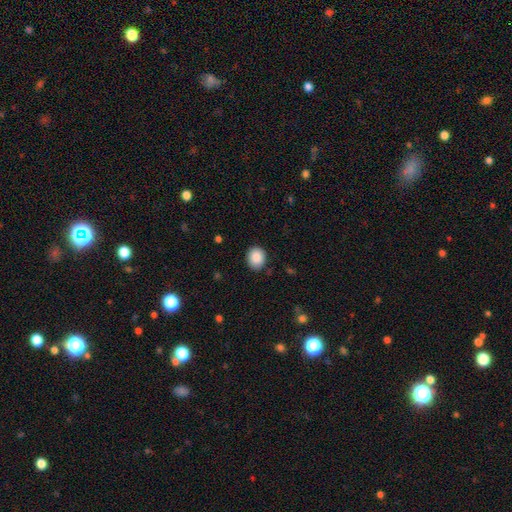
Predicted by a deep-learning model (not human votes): Overall: smooth (88%). How rounded: round (66%; in between 34%). Merging: none (88%).